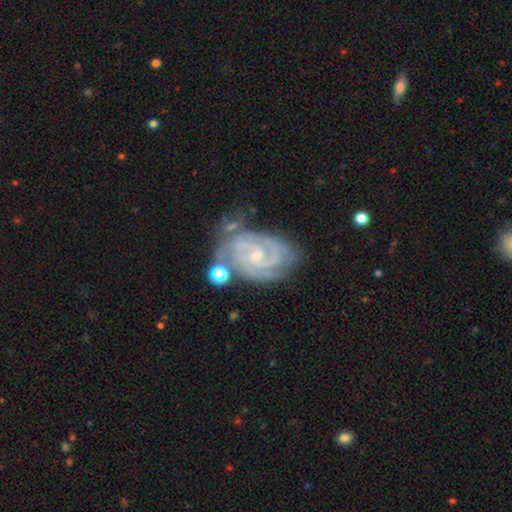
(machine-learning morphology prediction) featured or disk 89%, star or artifact 6%, smooth 5%. Down the decision tree: edge-on disk — no (97%); bar — no (57%); spiral arms — yes (98%); spiral arm count — 2 (49%); spiral winding — tight (67%); bulge size — small (72%); merging — none (56%).